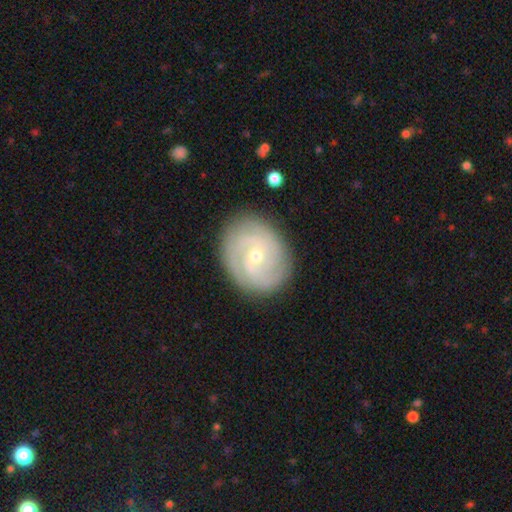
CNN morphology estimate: Overall: featured or disk (83%). Edge-on disk: no (97%). Bar: no (64%; weak 30%). Spiral arms: yes (94%). Spiral arm count: 2 (37%; 3 24%). Spiral winding: tight (67%). Bulge size: small (59%; moderate 39%). Merging: none (84%).